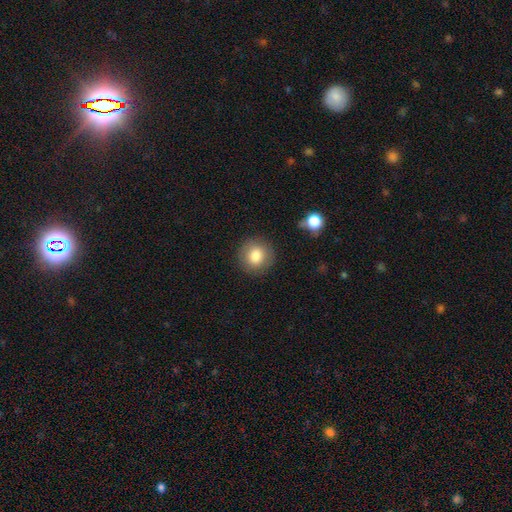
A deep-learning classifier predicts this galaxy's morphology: This appears to be a smooth galaxy with no disk features (82%) that is round (89%). Merging: none (87%).